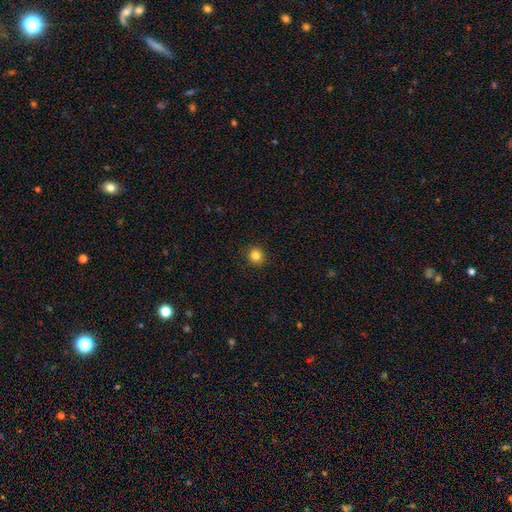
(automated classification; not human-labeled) Smooth or featured?
  - smooth: 83% *
  - star or artifact: 12%
  - featured or disk: 5%
How rounded?
  - round: 92% *
  - in between: 7%
  - cigar-shaped: 1%
Merging?
  - none: 93% *
  - minor disturbance: 5%
  - major disturbance: 2%
  - merger: 1%